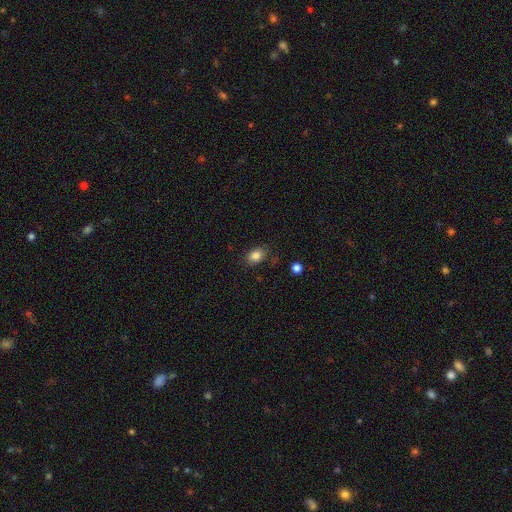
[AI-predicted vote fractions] smooth_or_featured: smooth (p=0.84) [alt: star or artifact p=0.10]
how_rounded: in between (p=0.77) [alt: round p=0.21]
merging: none (p=0.79) [alt: minor disturbance p=0.15]